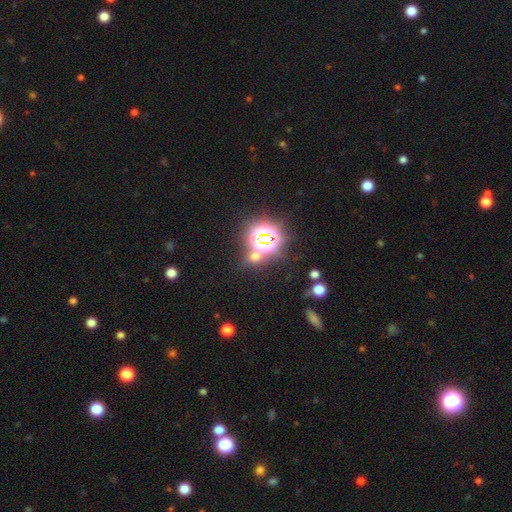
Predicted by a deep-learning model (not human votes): Smooth or featured? Predicted: star or artifact (p=0.57).